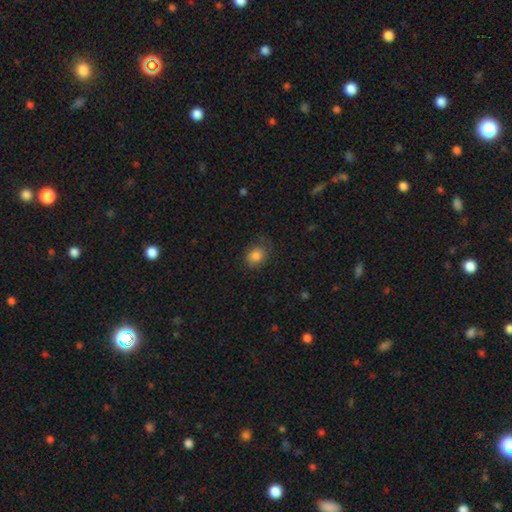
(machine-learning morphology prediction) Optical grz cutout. It shows a smooth galaxy with no disk features (84%) that is round (56%). Merging: none (70%).